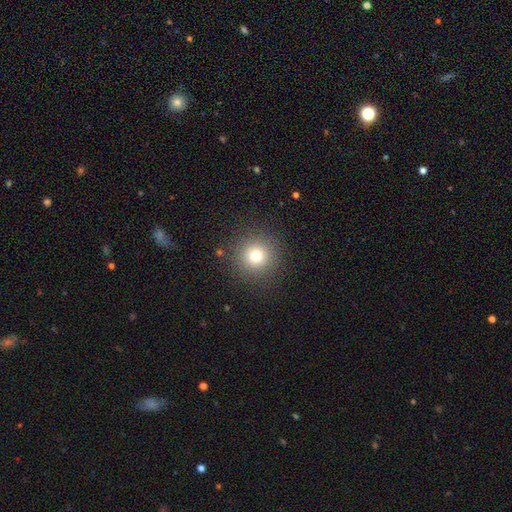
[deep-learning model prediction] Smooth or featured?
  - smooth: 75% *
  - star or artifact: 16%
  - featured or disk: 9%
How rounded?
  - round: 96% *
  - in between: 3%
  - cigar-shaped: 1%
Merging?
  - none: 89% *
  - minor disturbance: 6%
  - major disturbance: 3%
  - merger: 1%